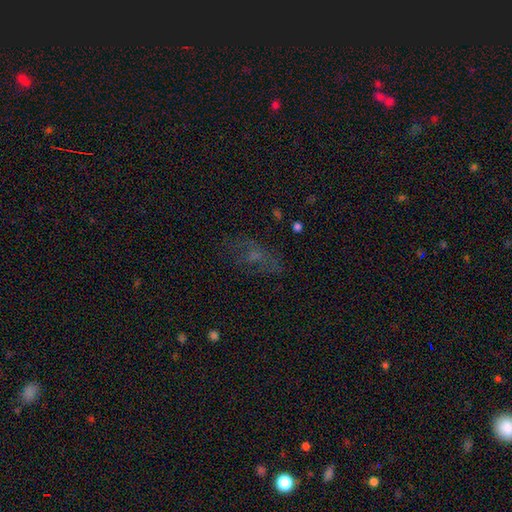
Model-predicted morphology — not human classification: The model was most divided on "smooth or featured": smooth: 37%, star or artifact: 32%, featured or disk: 31%. More confident: merging — none (65%).